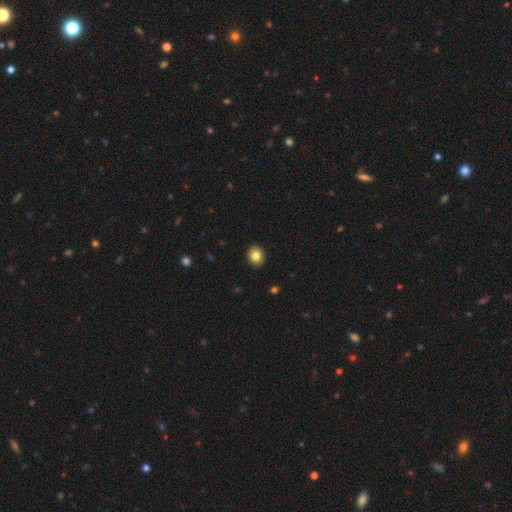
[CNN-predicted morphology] Smooth or featured?
  - smooth: 83% *
  - star or artifact: 9%
  - featured or disk: 7%
How rounded?
  - round: 68% *
  - in between: 31%
  - cigar-shaped: 1%
Merging?
  - none: 92% *
  - minor disturbance: 6%
  - major disturbance: 2%
  - merger: 1%